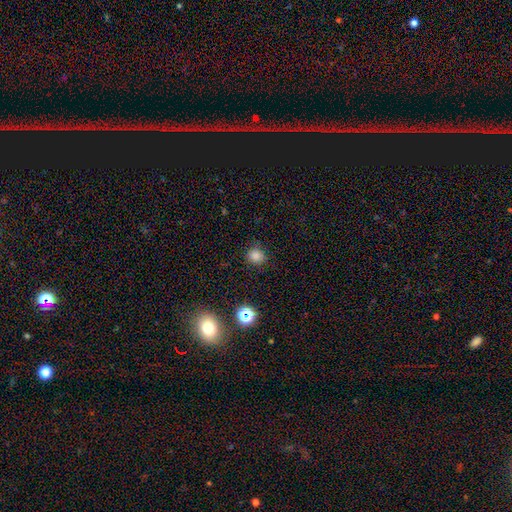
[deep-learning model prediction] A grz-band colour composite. It shows a smooth galaxy with no disk features (80%) that is round (84%). Merging: none (85%).